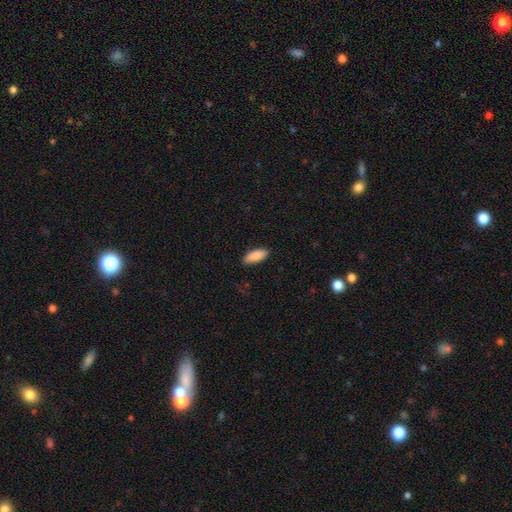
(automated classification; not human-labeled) This appears to be a smooth galaxy with no disk features (88%) that is in between round and cigar-shaped (77%). Merging: none (89%).